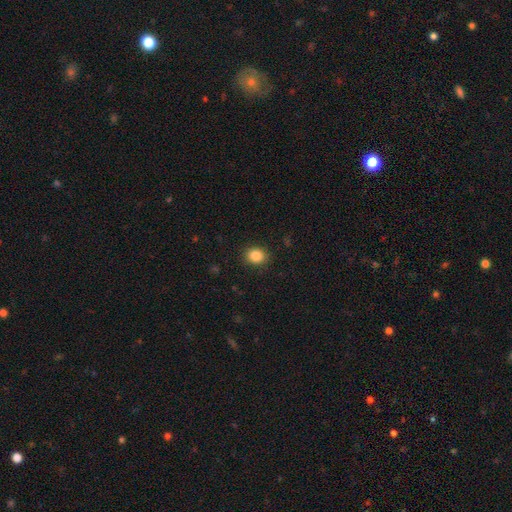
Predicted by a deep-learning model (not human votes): Smooth or featured: smooth — 86% (star or artifact — 10%)
How rounded: round — 61% (in between — 38%)
Merging: none — 89% (minor disturbance — 8%)